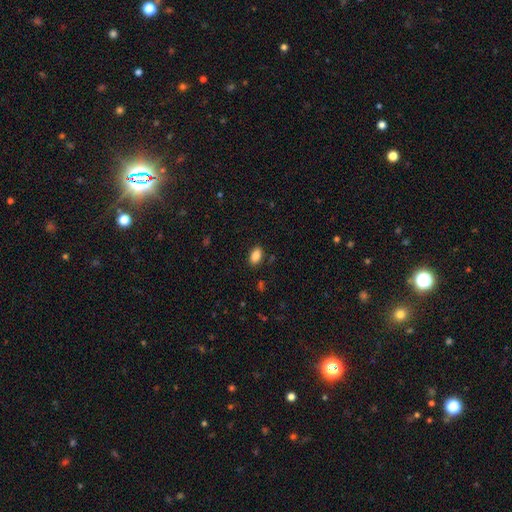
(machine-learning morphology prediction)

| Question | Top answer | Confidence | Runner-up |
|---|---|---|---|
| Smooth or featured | smooth | 88% | star or artifact (9%) |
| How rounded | in between | 91% | round (7%) |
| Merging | none | 87% | minor disturbance (9%) |